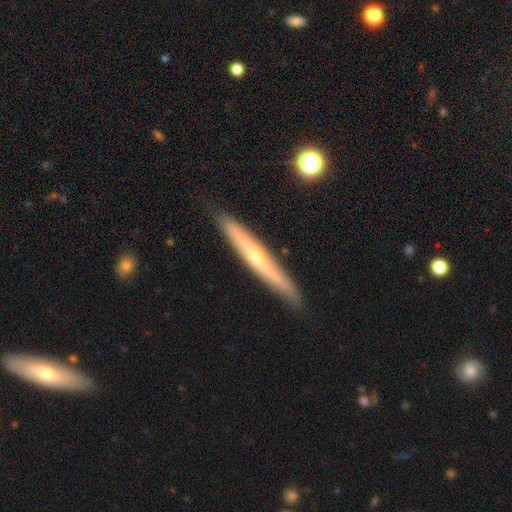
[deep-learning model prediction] This is likely a featured or disk galaxy (62%). It is clearly viewed edge-on (92%). Edge-on bulge: possibly rounded (60%). Merging: clearly none (85%).